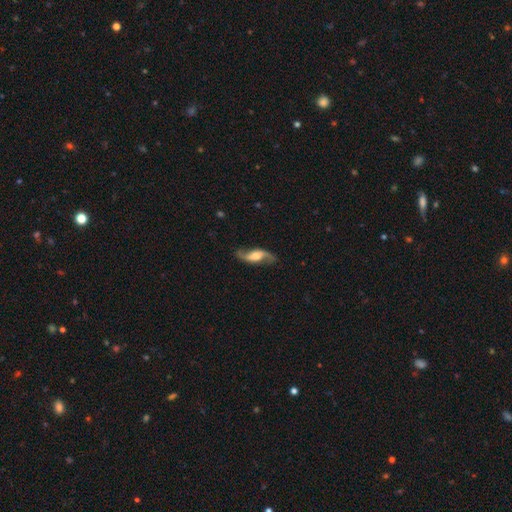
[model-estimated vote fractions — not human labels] Smooth or featured? featured or disk (84%)
Edge-on disk? no (90%)
Bar? no (41%)
Spiral arms? yes (96%)
Spiral winding? loose (76%)
Spiral arm count? 2 (94%)
Bulge size? moderate (49%)
Merging? none (83%)